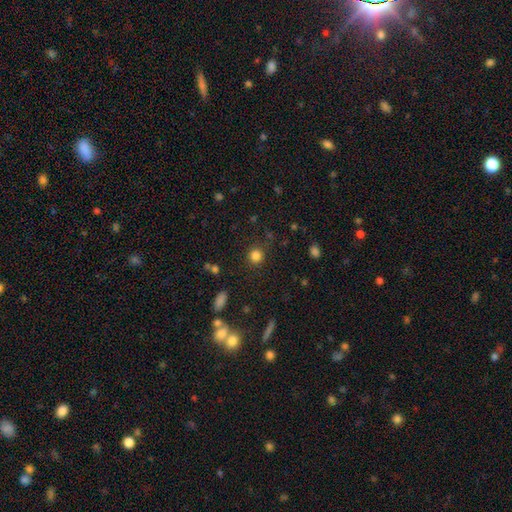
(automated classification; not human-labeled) Overall: smooth (83%). How rounded: round (90%). Merging: none (86%).